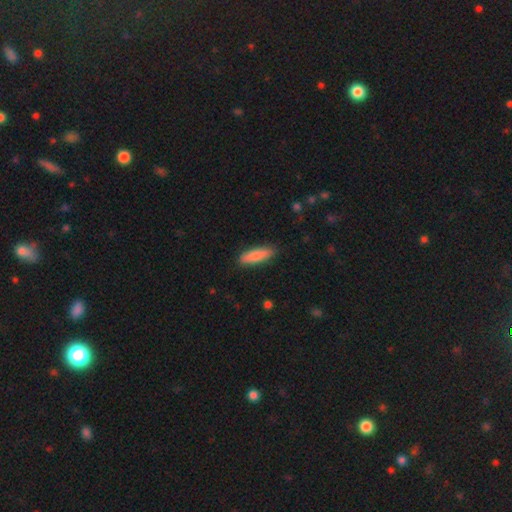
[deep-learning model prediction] Q: Smooth or featured?
A: smooth (85%); runner-up: featured or disk (9%)
Q: How rounded?
A: cigar-shaped (60%); runner-up: in between (38%)
Q: Merging?
A: none (88%); runner-up: minor disturbance (9%)